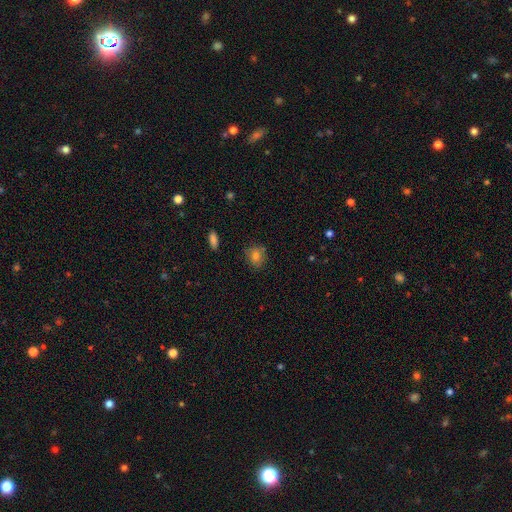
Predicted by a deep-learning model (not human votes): A smooth galaxy with no disk features (77%) that is round (68%). Merging: none (78%).